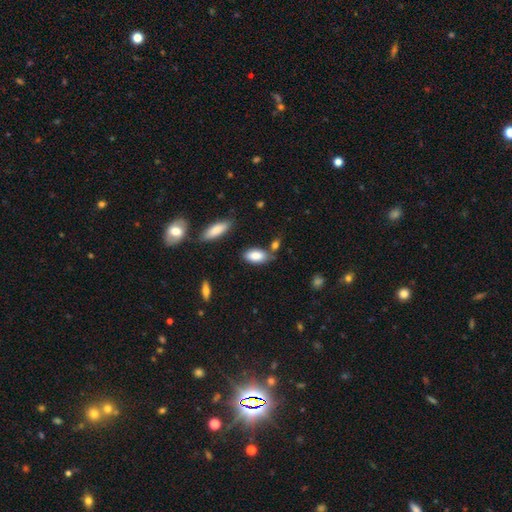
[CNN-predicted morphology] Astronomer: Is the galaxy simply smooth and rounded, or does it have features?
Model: smooth — 85%.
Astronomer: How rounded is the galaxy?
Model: in between — 90%.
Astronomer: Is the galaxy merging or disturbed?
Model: none — 67%.